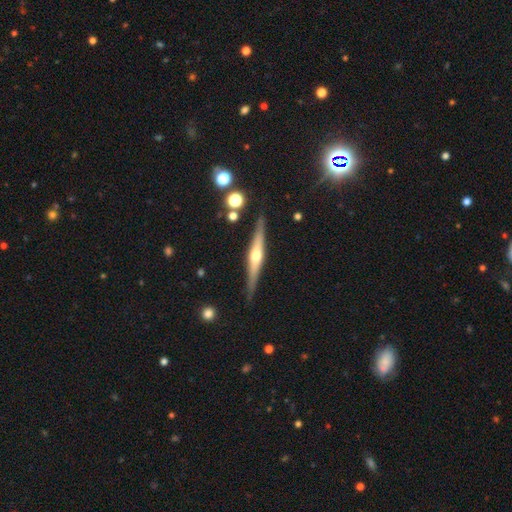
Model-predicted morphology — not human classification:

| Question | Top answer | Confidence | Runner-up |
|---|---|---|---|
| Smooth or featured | featured or disk | 72% | smooth (22%) |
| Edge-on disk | yes | 97% | no (3%) |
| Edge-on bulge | rounded | 89% | none (6%) |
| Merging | none | 87% | minor disturbance (9%) |